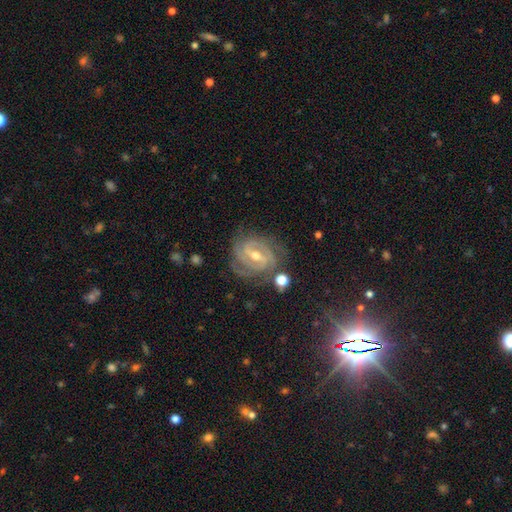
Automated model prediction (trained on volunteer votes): The model was most divided on "bar": weak: 44%, strong: 41%, no: 16%. Remaining: spiral arms — yes (98%); edge-on disk — no (97%); smooth or featured — featured or disk (89%); merging — none (76%); spiral winding — tight (69%); bulge size — moderate (58%); spiral arm count — 3 (36%).